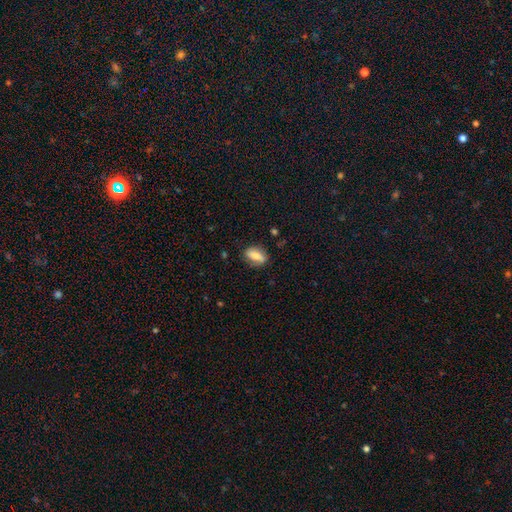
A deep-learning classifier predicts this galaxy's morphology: Smooth or featured: smooth — 72% (featured or disk — 20%)
How rounded: in between — 81% (cigar-shaped — 10%)
Merging: none — 76% (minor disturbance — 18%)